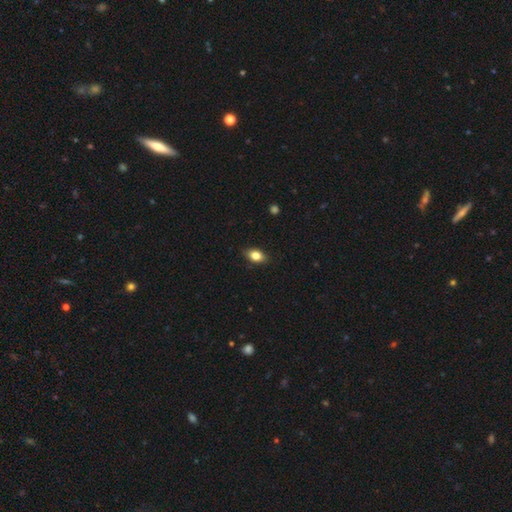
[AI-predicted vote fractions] Morphology: type=smooth (82%); roundness=in between (85%); merging=none (86%).